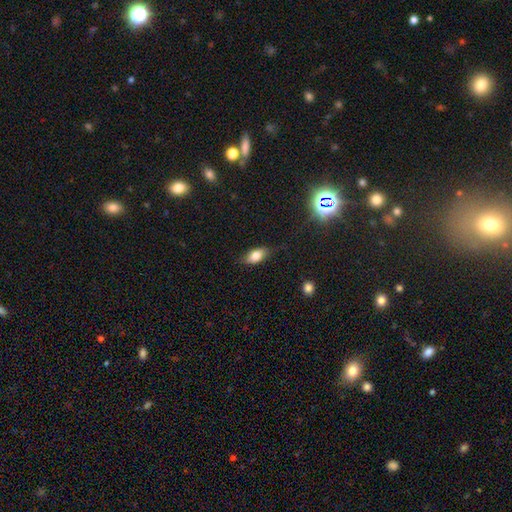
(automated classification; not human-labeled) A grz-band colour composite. It shows a smooth galaxy with no disk features (77%) that is in between round and cigar-shaped (87%). Merging: none (77%).